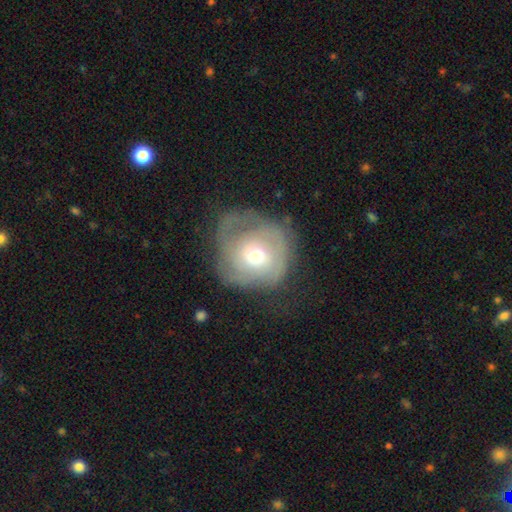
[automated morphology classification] smooth-or-featured: featured or disk: 53% | smooth: 39% | star or artifact: 8%
  disk-edge-on: no: 96% | yes: 4%
    bar: no: 77% | weak: 19% | strong: 4%
    has-spiral-arms: yes: 61% | no: 39%
    bulge-size: moderate: 56% | small: 36% | large: 6% | dominant: 1% | none: 1%
  merging: none: 39% | major disturbance: 32% | minor disturbance: 27% | merger: 2%